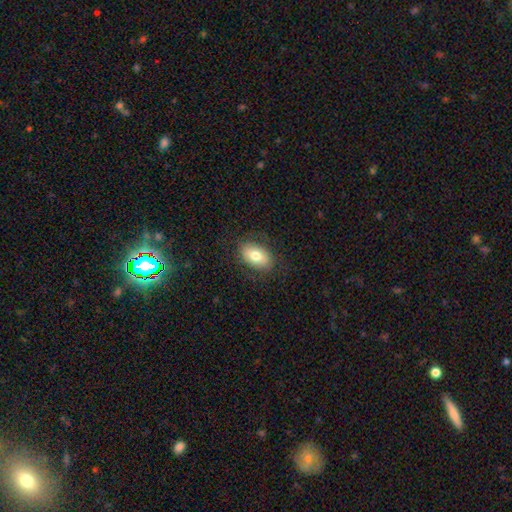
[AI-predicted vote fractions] This is likely a smooth galaxy (73%). How rounded: clearly in between (88%). Merging: clearly none (81%).